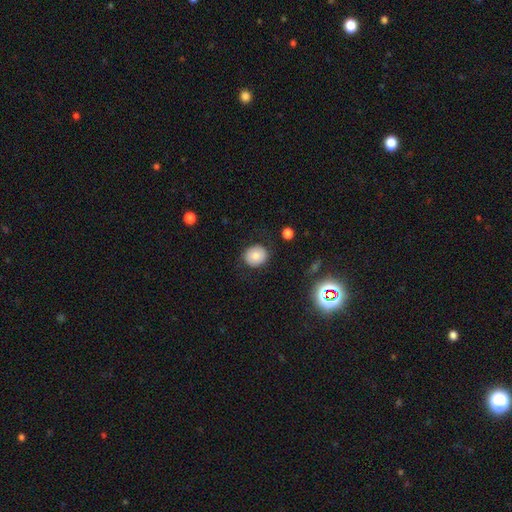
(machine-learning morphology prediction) A smooth galaxy with no disk features (79%) that is round (77%).

Vote fractions:
- Smooth or featured? smooth: 79% / featured or disk: 11% / star or artifact: 10%
- How rounded? round: 77% / in between: 22% / cigar-shaped: 1%
- Merging? none: 81% / minor disturbance: 13% / major disturbance: 5% / merger: 1%